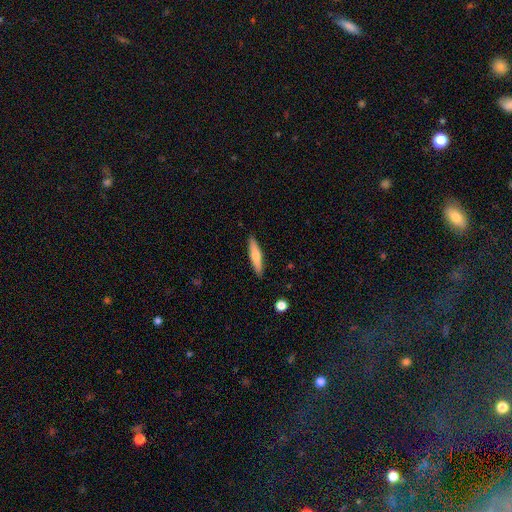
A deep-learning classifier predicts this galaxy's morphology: Smooth or featured: smooth — 60% (featured or disk — 35%)
How rounded: cigar-shaped — 85% (in between — 14%)
Merging: none — 90% (minor disturbance — 8%)